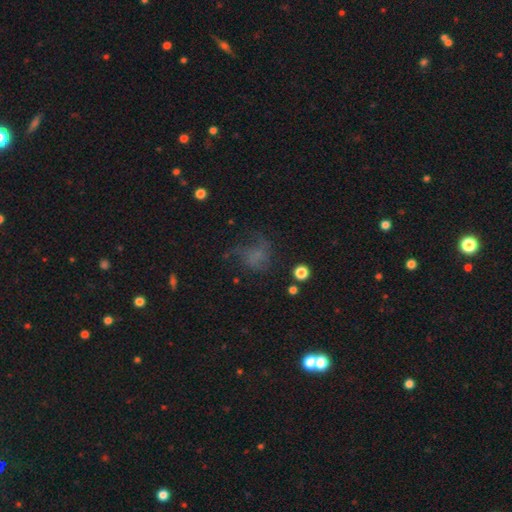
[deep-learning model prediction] This is possibly a smooth galaxy (46%). Merging: marginally none (43%).